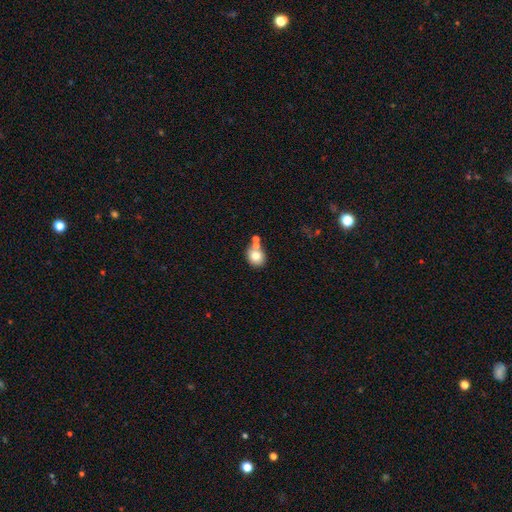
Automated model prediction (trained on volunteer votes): smooth 76%, featured or disk 14%, star or artifact 10%. Down the decision tree: how rounded — round (69%); merging — none (56%).